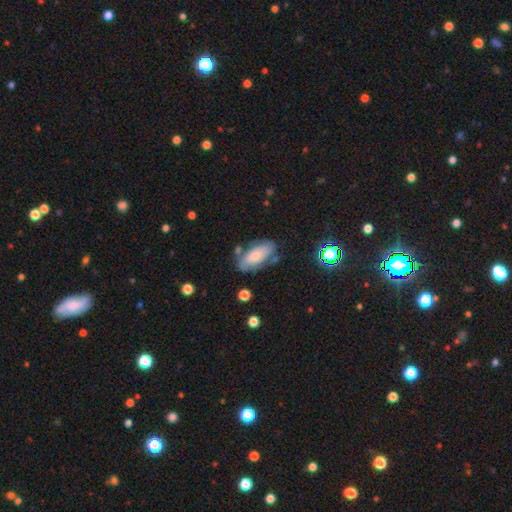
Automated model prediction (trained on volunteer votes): A smooth galaxy with no disk features (63%) that is in between round and cigar-shaped (87%).

Vote fractions:
- Smooth or featured? smooth: 63% / featured or disk: 30% / star or artifact: 8%
- How rounded? in between: 87% / cigar-shaped: 10% / round: 3%
- Merging? none: 68% / minor disturbance: 20% / merger: 7% / major disturbance: 6%